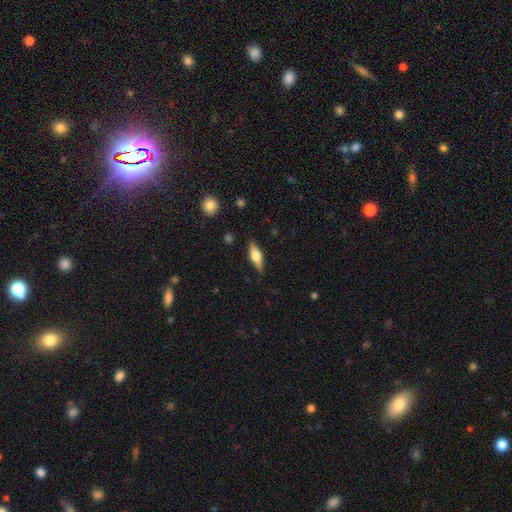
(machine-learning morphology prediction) This is possibly a featured or disk galaxy (50%). It is clearly viewed edge-on (93%). Merging: clearly none (86%).